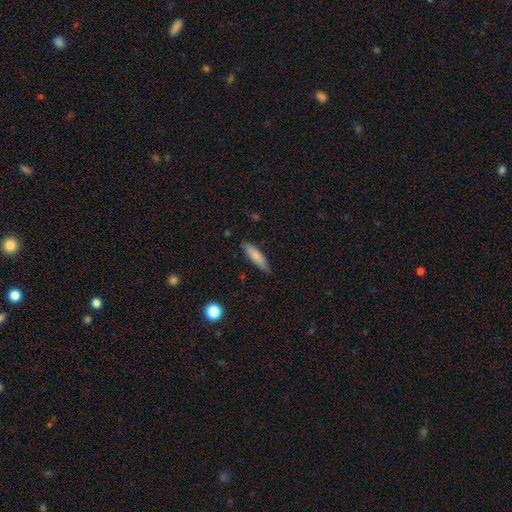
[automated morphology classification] Smooth or featured: smooth — 78% (featured or disk — 15%)
How rounded: cigar-shaped — 70% (in between — 29%)
Merging: none — 83% (minor disturbance — 14%)